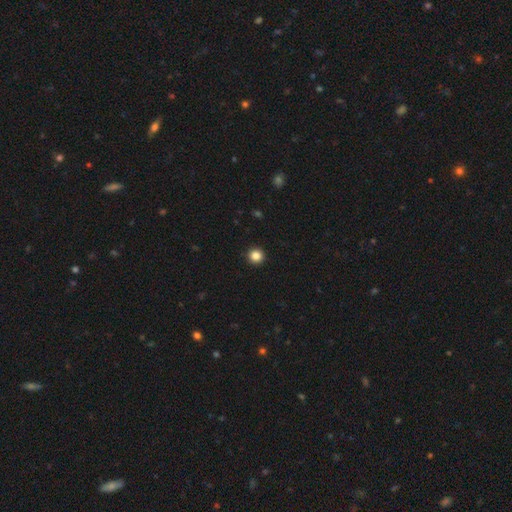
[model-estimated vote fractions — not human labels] Smooth or featured: smooth — 85% (star or artifact — 11%)
How rounded: round — 96% (in between — 3%)
Merging: none — 93% (minor disturbance — 4%)